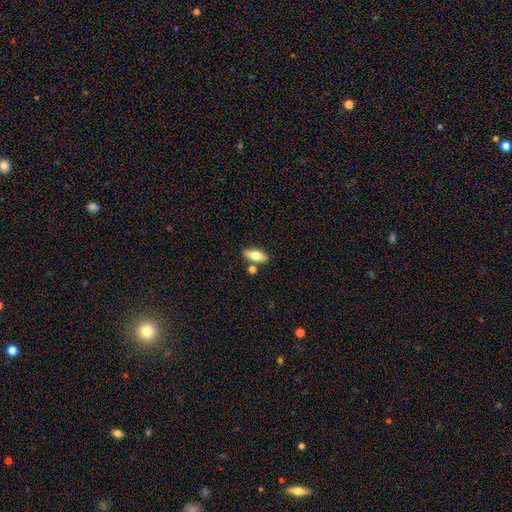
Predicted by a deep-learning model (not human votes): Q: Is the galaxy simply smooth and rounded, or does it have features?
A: smooth — 71%.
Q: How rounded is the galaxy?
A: in between — 80%.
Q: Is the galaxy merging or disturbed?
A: none — 78%.